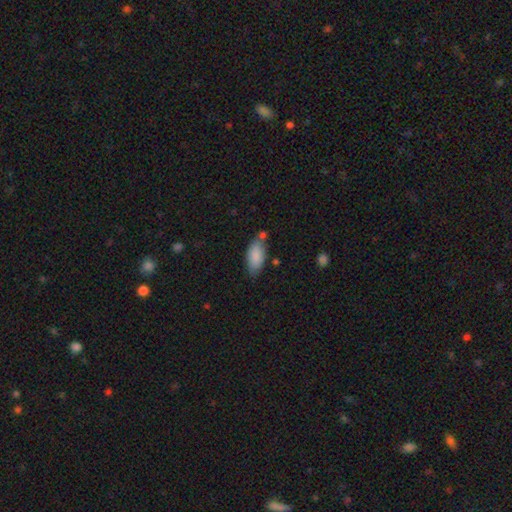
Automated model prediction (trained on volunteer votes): Smooth or featured? smooth (87%)
How rounded? in between (90%)
Merging? none (65%)